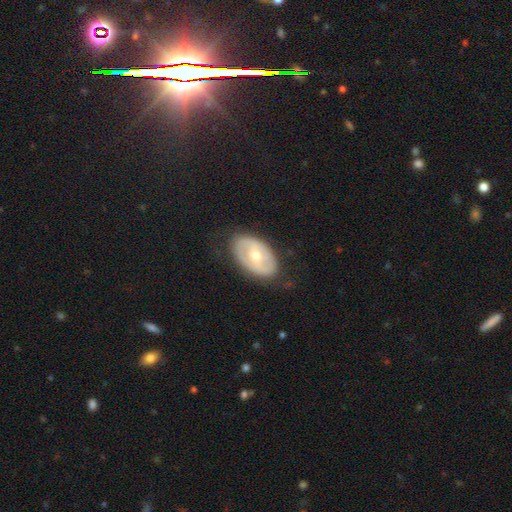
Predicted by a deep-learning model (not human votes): This is possibly a featured or disk galaxy (55%). It is clearly not viewed edge-on (91%). Merging: likely none (78%).